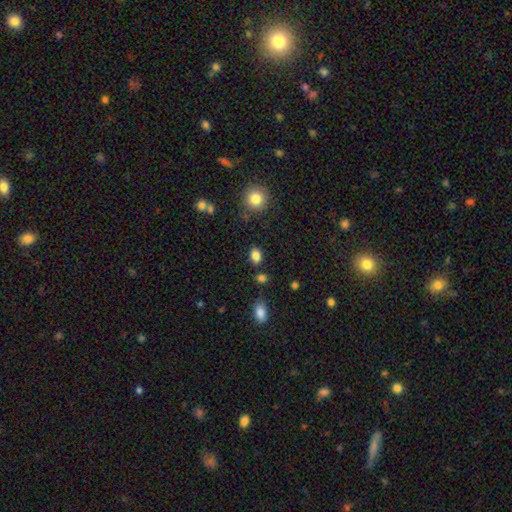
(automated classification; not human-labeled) smooth-or-featured: smooth: 84% | star or artifact: 10% | featured or disk: 6%
  how-rounded: in between: 74% | round: 25% | cigar-shaped: 1%
  merging: none: 82% | minor disturbance: 10% | merger: 5% | major disturbance: 3%